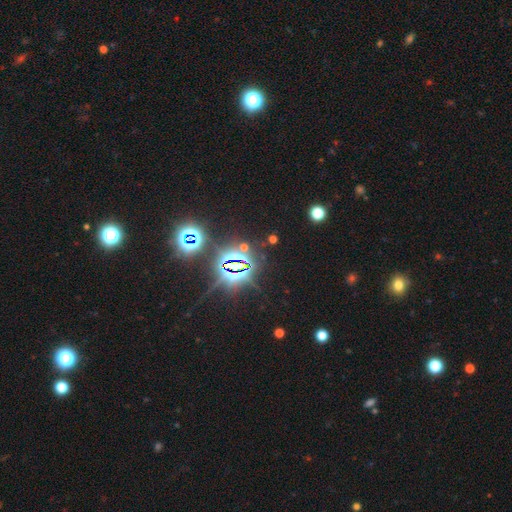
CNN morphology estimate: This is clearly a star or artifact rather than a galaxy (82%).